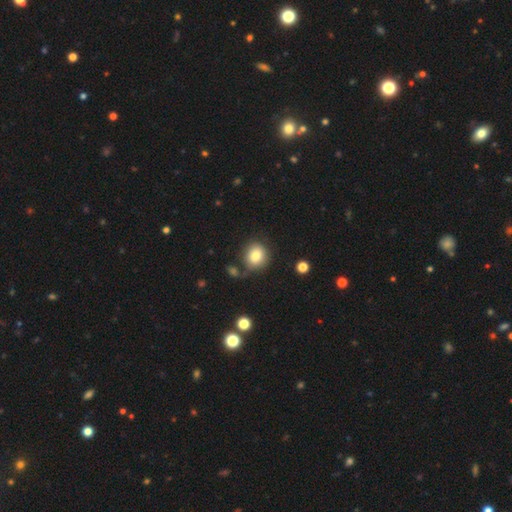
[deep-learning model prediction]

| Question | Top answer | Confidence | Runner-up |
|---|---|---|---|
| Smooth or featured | smooth | 81% | star or artifact (10%) |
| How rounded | round | 81% | in between (18%) |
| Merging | none | 72% | minor disturbance (15%) |